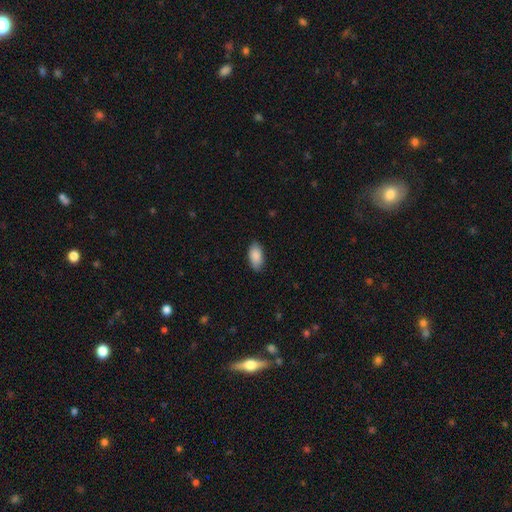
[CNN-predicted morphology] smooth 89%, star or artifact 6%, featured or disk 5%. Down the decision tree: how rounded — in between (94%); merging — none (85%).